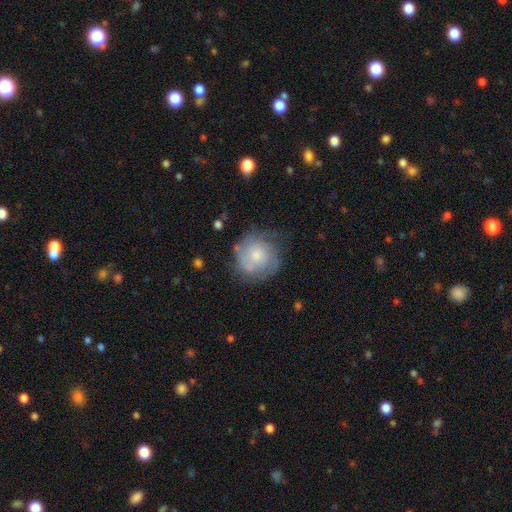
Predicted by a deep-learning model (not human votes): smooth_or_featured: featured or disk (p=0.59) [alt: smooth p=0.34]
disk_edge_on: no (p=0.98) [alt: yes p=0.02]
bar: no (p=0.78) [alt: weak p=0.19]
has_spiral_arms: yes (p=0.82) [alt: no p=0.18]
bulge_size: moderate (p=0.46) [alt: small p=0.41]
merging: none (p=0.66) [alt: minor disturbance p=0.21]